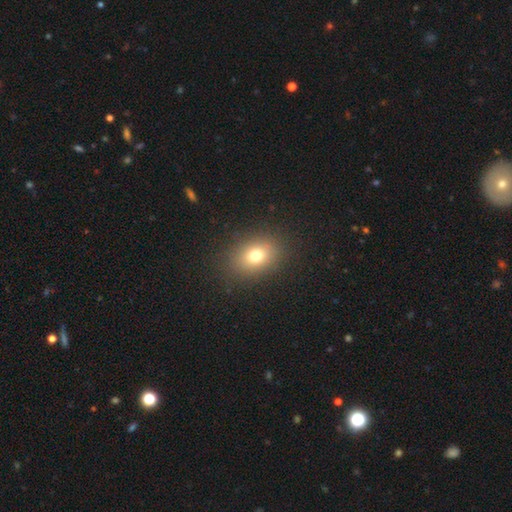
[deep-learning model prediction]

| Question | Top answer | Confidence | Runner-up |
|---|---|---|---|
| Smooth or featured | smooth | 74% | star or artifact (14%) |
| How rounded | in between | 63% | round (36%) |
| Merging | none | 87% | minor disturbance (8%) |